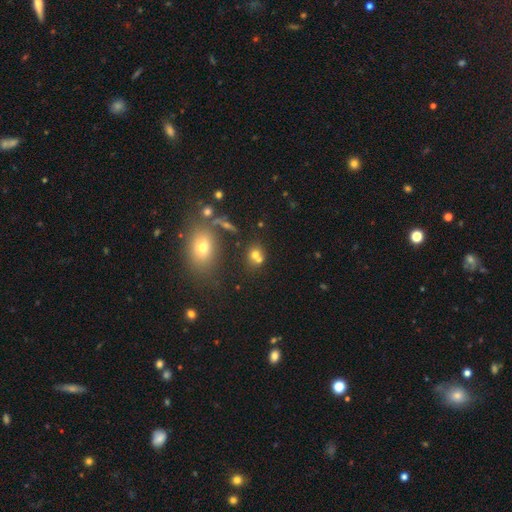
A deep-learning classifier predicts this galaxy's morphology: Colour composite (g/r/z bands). It shows a smooth galaxy with no disk features (66%) that is round (70%). Merging: none (48%).